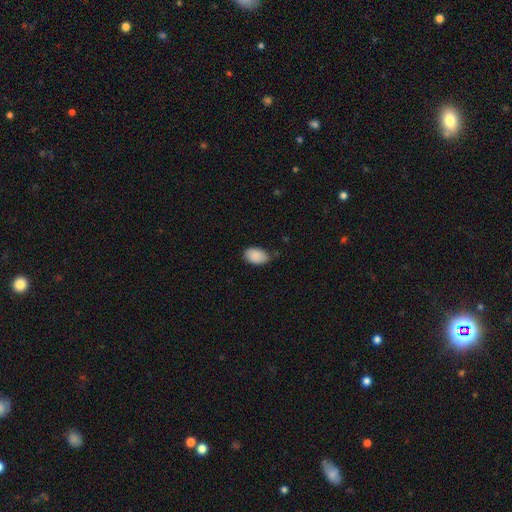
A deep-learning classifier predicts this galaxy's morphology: Smooth or featured: smooth — 89% (star or artifact — 7%)
How rounded: in between — 90% (round — 9%)
Merging: none — 66% (minor disturbance — 29%)